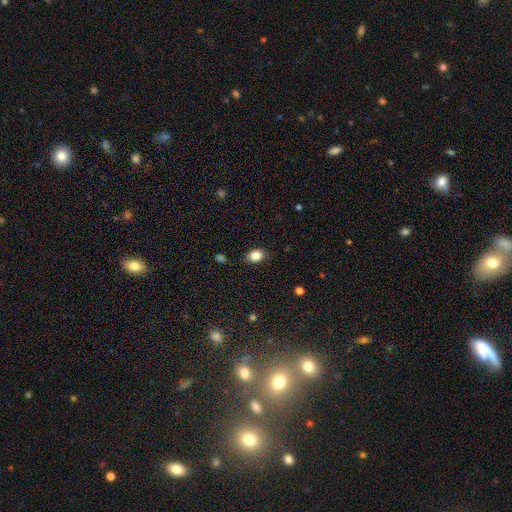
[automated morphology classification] This is clearly a smooth galaxy (85%). How rounded: likely in between (61%). Merging: clearly none (82%).